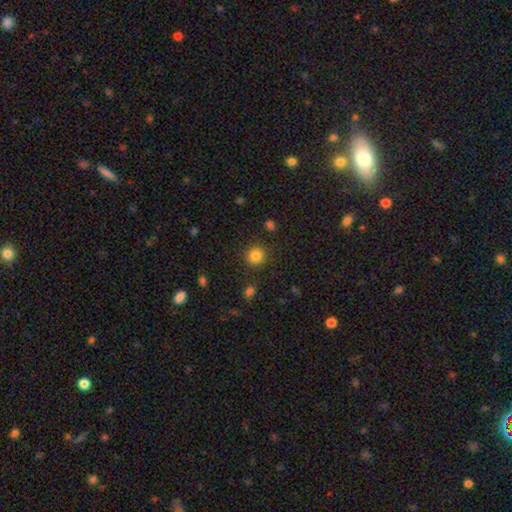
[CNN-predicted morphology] This appears to be a smooth galaxy with no disk features (84%) that is round (93%). Merging: none (89%).